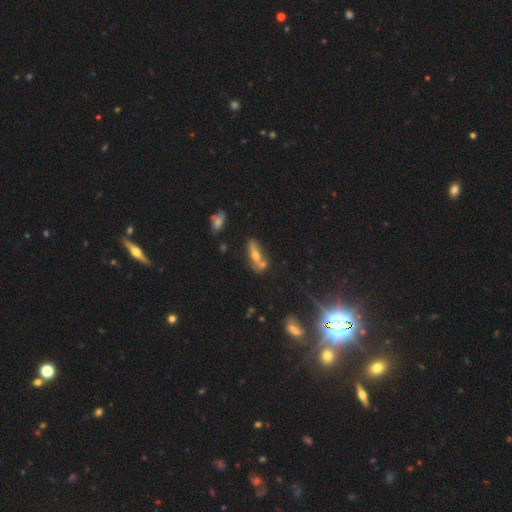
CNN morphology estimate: Smooth or featured: smooth — 48% (featured or disk — 37%)
Merging: none — 43% (merger — 37%)